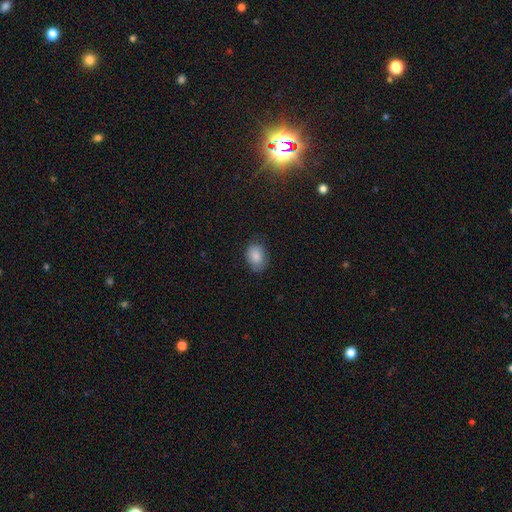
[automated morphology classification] type=smooth (86%); roundness=in between (73%); merging=none (77%).